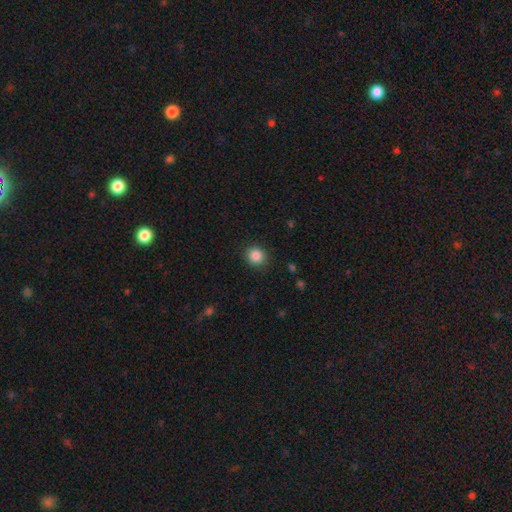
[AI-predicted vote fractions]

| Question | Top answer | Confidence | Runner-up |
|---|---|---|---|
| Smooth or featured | smooth | 86% | star or artifact (10%) |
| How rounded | round | 86% | in between (13%) |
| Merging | none | 89% | minor disturbance (7%) |